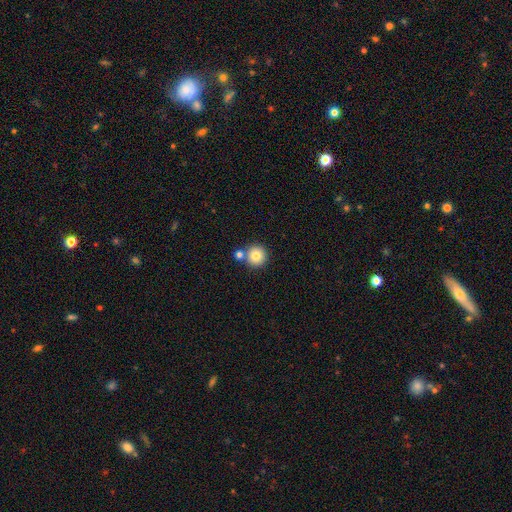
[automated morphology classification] This is clearly a smooth galaxy (81%). How rounded: clearly round (95%). Merging: likely none (72%).